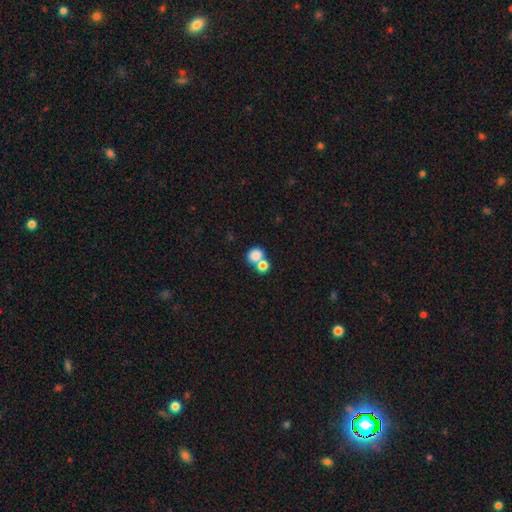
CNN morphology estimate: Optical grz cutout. It shows a smooth galaxy with no disk features (82%) that is round (73%). Merging: merger (46%).